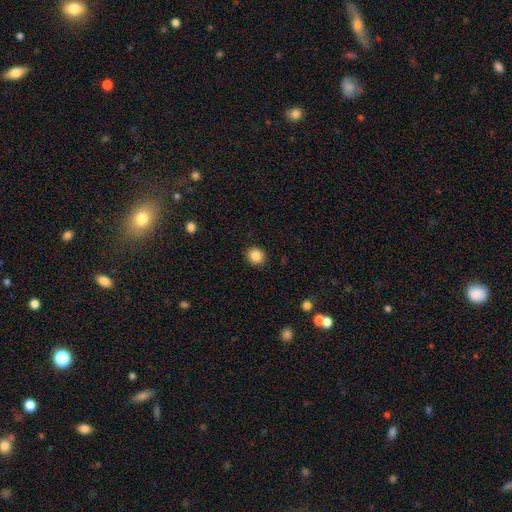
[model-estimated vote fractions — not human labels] Q: Smooth or featured?
A: smooth (86%); runner-up: star or artifact (10%)
Q: How rounded?
A: round (76%); runner-up: in between (23%)
Q: Merging?
A: none (91%); runner-up: minor disturbance (6%)